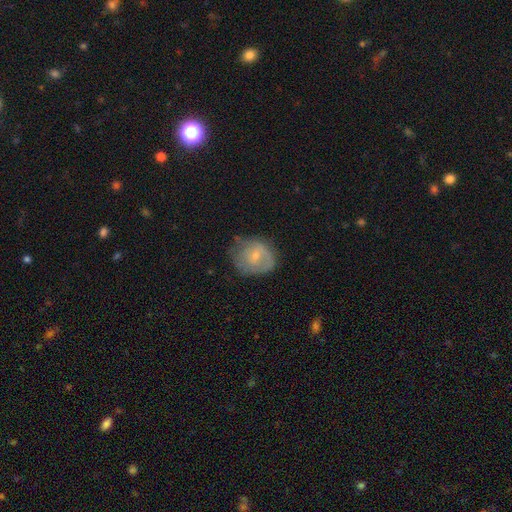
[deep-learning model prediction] A smooth galaxy with no disk features (54%) that is round (68%).

Vote fractions:
- Smooth or featured? smooth: 54% / featured or disk: 38% / star or artifact: 8%
- How rounded? round: 68% / in between: 31% / cigar-shaped: 1%
- Merging? none: 52% / minor disturbance: 31% / major disturbance: 15% / merger: 2%